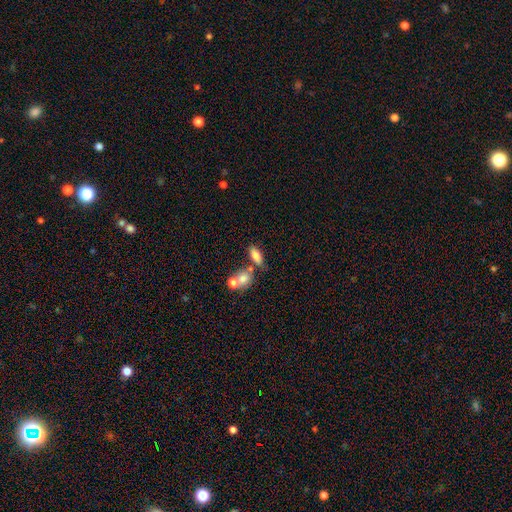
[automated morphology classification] A smooth galaxy with no disk features (76%) that is in between round and cigar-shaped (81%). Merging: none (50%).